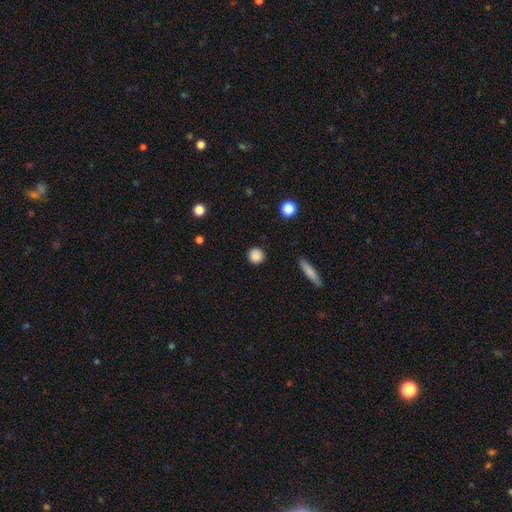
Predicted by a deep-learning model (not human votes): This is clearly a smooth galaxy (87%). How rounded: clearly round (93%). Merging: clearly none (90%).